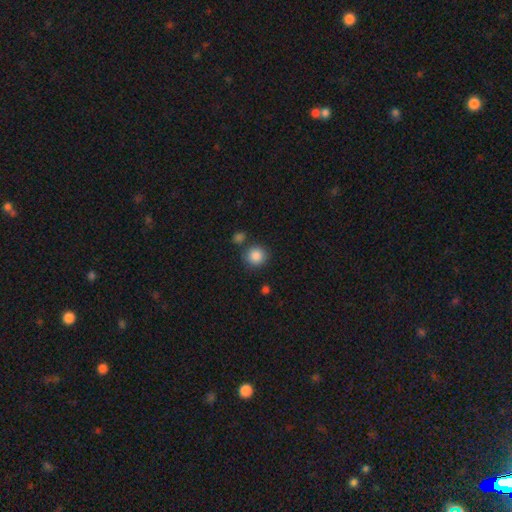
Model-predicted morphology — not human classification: This appears to be a smooth galaxy with no disk features (88%) that is round (92%). Merging: none (80%).